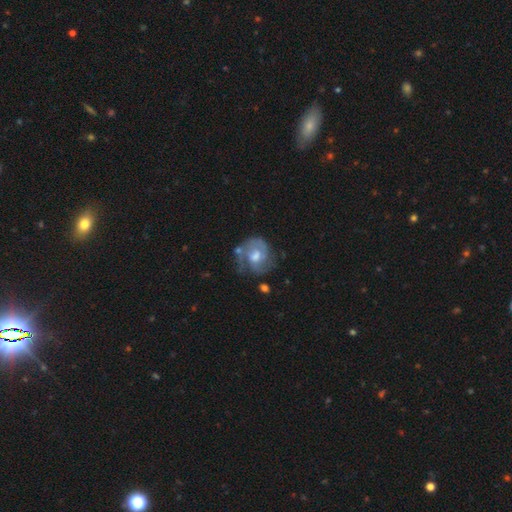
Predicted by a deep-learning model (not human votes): featured or disk 71%, smooth 22%, star or artifact 7%. Down the decision tree: edge-on disk — no (97%); bar — no (61%); spiral arms — yes (84%); spiral arm count — 2 (45%); spiral winding — tight (48%); bulge size — moderate (67%); merging — none (55%).